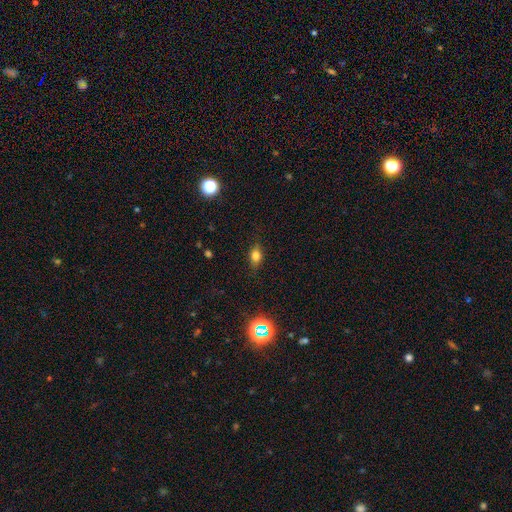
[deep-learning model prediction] Overall: smooth (75%). How rounded: in between (71%). Merging: none (81%).